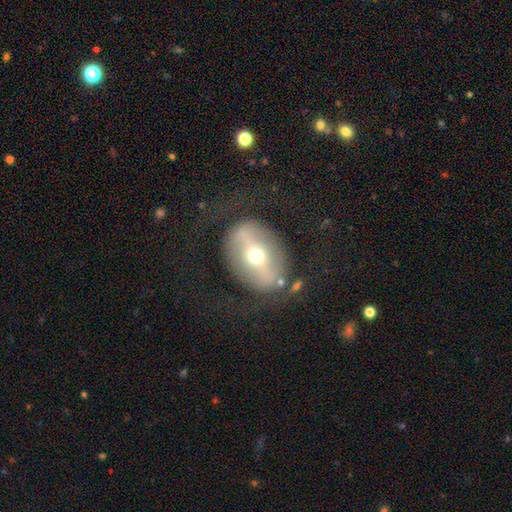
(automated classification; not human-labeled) This is likely a featured or disk galaxy (62%). It is clearly not viewed edge-on (85%). Bar: likely strong (62%). Spiral arm pattern: likely no (78%). Central bulge: likely moderate (71%). Merging: likely none (72%).